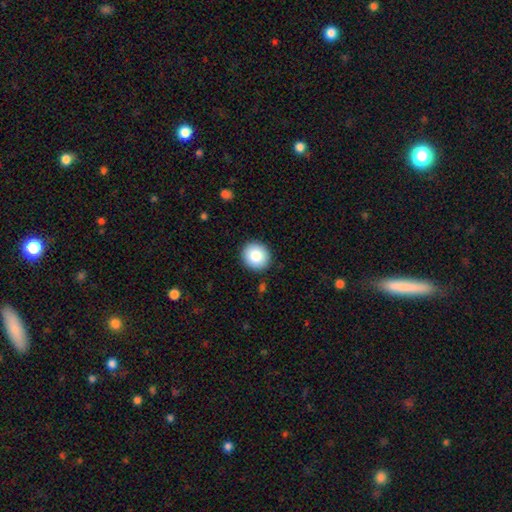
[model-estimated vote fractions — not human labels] Q: Smooth or featured?
A: smooth (84%); runner-up: star or artifact (8%)
Q: How rounded?
A: round (89%); runner-up: in between (10%)
Q: Merging?
A: none (91%); runner-up: minor disturbance (6%)